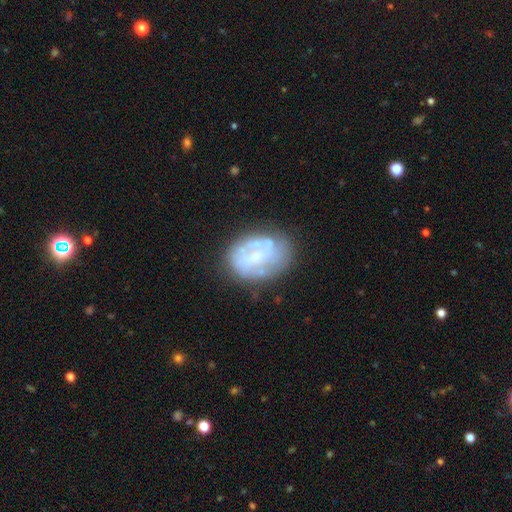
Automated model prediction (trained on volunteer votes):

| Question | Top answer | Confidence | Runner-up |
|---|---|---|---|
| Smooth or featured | featured or disk | 64% | smooth (27%) |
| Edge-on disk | no | 97% | yes (3%) |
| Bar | no | 52% | weak (34%) |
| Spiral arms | no | 55% | yes (45%) |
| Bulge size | small | 40% | moderate (28%) |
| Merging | none | 58% | minor disturbance (23%) |